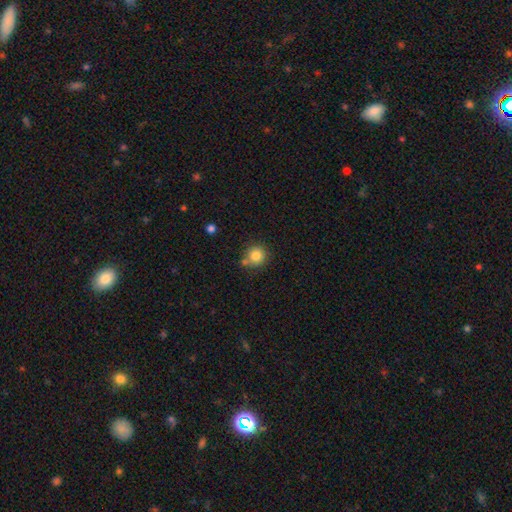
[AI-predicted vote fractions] This appears to be a smooth galaxy with no disk features (83%) that is round (93%). Merging: none (71%).